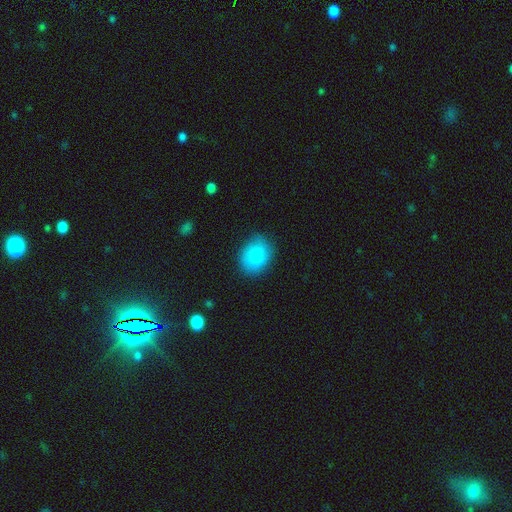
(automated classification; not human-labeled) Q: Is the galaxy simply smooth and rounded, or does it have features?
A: smooth — 87%.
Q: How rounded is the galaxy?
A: in between — 54%.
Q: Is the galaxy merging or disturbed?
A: none — 78%.